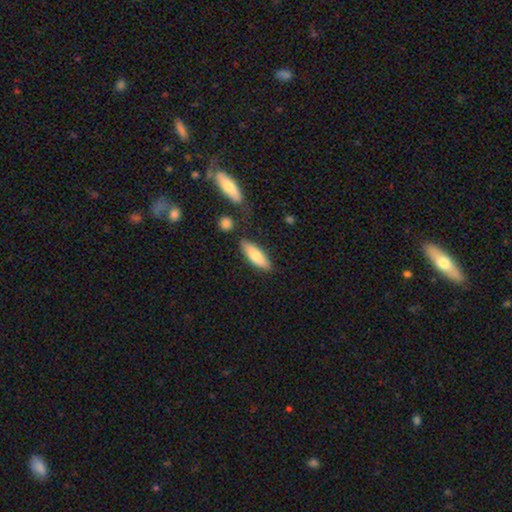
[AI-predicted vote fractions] smooth-or-featured: smooth: 76% | featured or disk: 18% | star or artifact: 6%
  how-rounded: in between: 54% | cigar-shaped: 44% | round: 2%
  merging: none: 79% | minor disturbance: 13% | merger: 5% | major disturbance: 3%